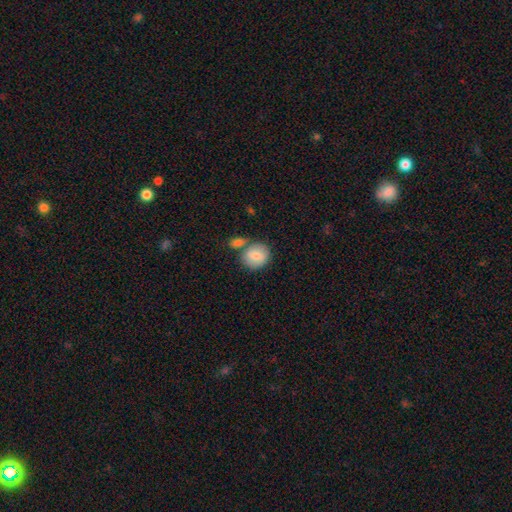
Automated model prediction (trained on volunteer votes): The model was most divided on "merging": none: 56%, merger: 28%, minor disturbance: 12%, major disturbance: 4%. More confident: how rounded — round (80%); smooth or featured — smooth (80%).